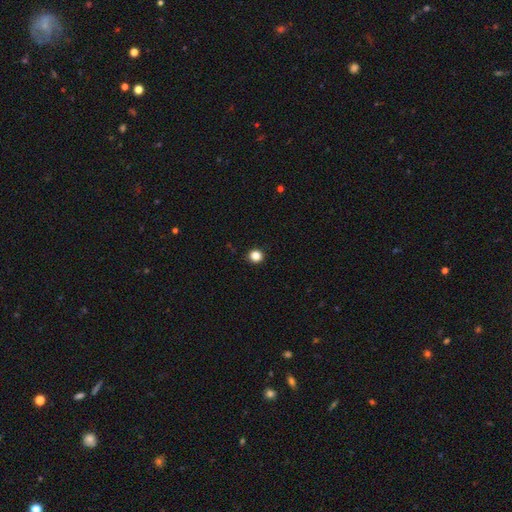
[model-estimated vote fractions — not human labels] smooth_or_featured: smooth (p=0.85) [alt: star or artifact p=0.12]
how_rounded: round (p=0.91) [alt: in between p=0.08]
merging: none (p=0.93) [alt: minor disturbance p=0.04]